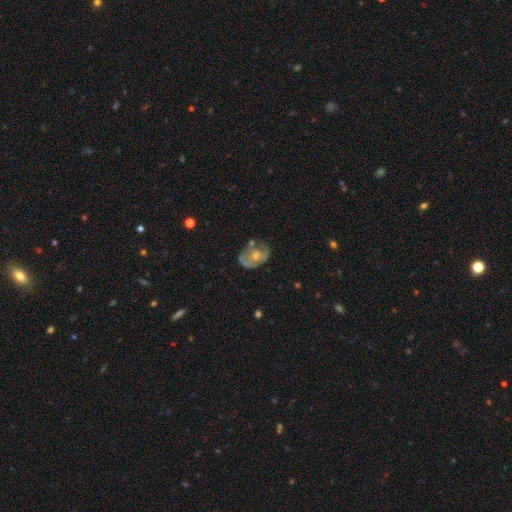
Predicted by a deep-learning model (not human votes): featured or disk 56%, smooth 37%, star or artifact 8%. Down the decision tree: edge-on disk — no (96%); bar — no (81%); spiral arms — no (60%); bulge size — moderate (49%); merging — none (44%).